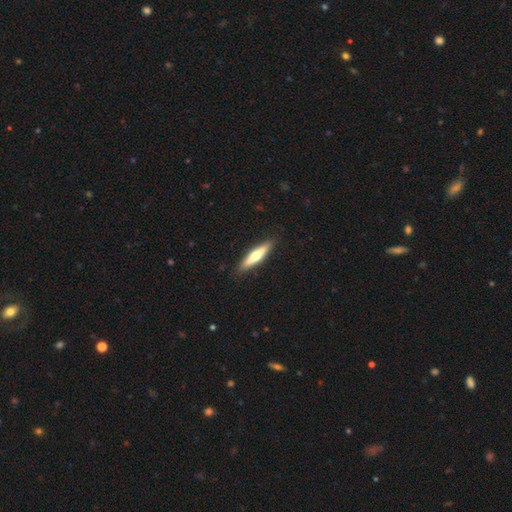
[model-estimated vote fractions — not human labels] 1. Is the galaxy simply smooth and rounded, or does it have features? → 50% smooth, 45% featured or disk, 5% star or artifact.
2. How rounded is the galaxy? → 81% cigar-shaped, 18% in between, 2% round.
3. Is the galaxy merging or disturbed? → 90% none, 7% minor disturbance, 2% major disturbance, 1% merger.